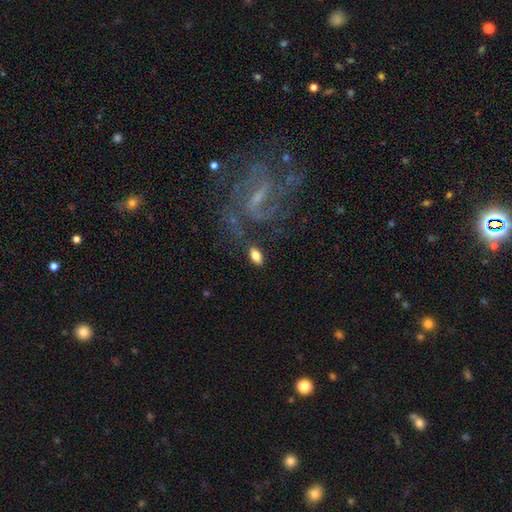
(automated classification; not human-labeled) Smooth or featured?
  - smooth: 77% *
  - featured or disk: 15%
  - star or artifact: 8%
How rounded?
  - in between: 90% *
  - round: 5%
  - cigar-shaped: 5%
Merging?
  - none: 78% *
  - minor disturbance: 13%
  - major disturbance: 5%
  - merger: 4%